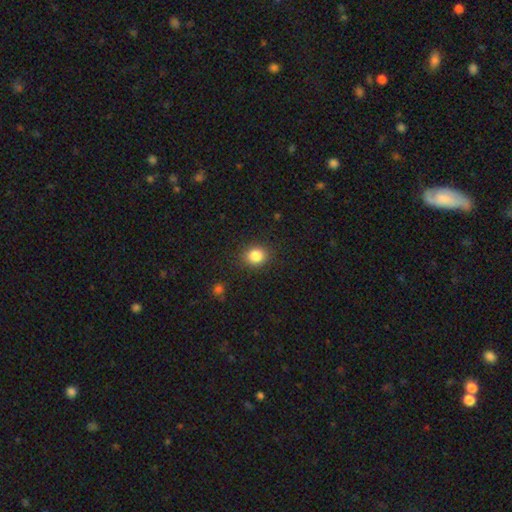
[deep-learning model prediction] Smooth or featured? Predicted: smooth (p=0.84). How rounded? Predicted: round (p=0.76). Merging? Predicted: none (p=0.87).